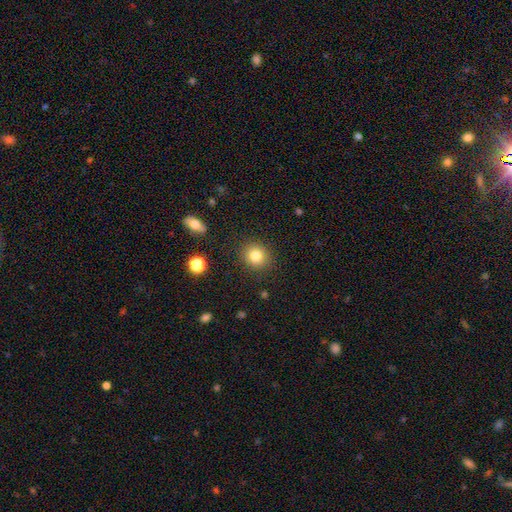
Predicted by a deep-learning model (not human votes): Q: Smooth or featured?
A: smooth (82%); runner-up: star or artifact (11%)
Q: How rounded?
A: round (85%); runner-up: in between (14%)
Q: Merging?
A: none (89%); runner-up: minor disturbance (7%)